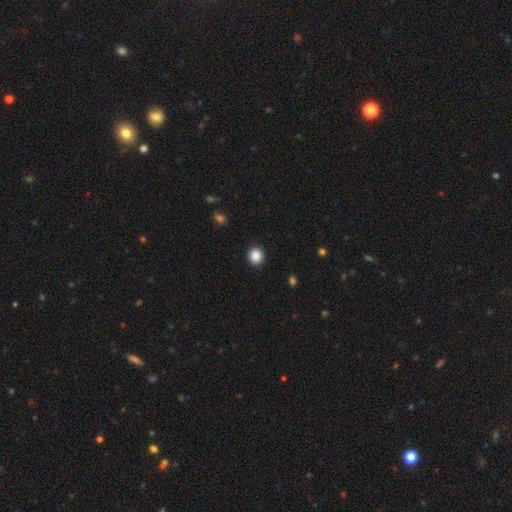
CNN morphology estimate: Smooth or featured?
  - smooth: 88% *
  - star or artifact: 10%
  - featured or disk: 2%
How rounded?
  - round: 83% *
  - in between: 16%
  - cigar-shaped: 1%
Merging?
  - none: 91% *
  - minor disturbance: 6%
  - major disturbance: 2%
  - merger: 1%